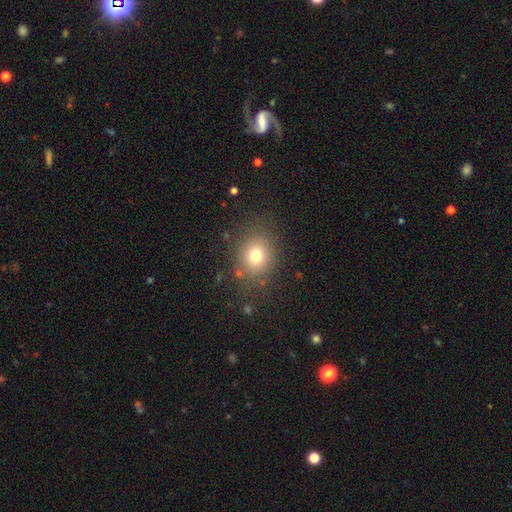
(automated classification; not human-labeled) Smooth or featured? smooth (74%)
How rounded? round (64%)
Merging? none (81%)